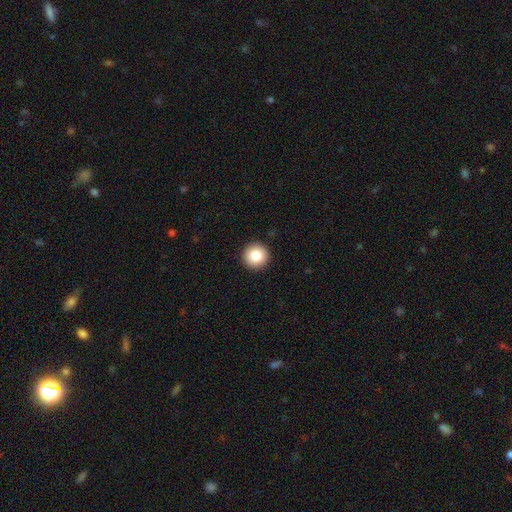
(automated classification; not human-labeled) The model was most divided on "smooth or featured": smooth: 85%, star or artifact: 9%, featured or disk: 6%. More confident: how rounded — round (96%); merging — none (93%).